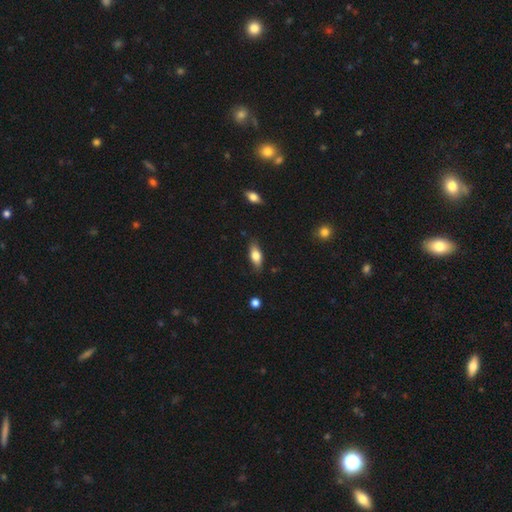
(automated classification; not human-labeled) Smooth or featured: smooth — 72% (featured or disk — 21%)
How rounded: in between — 76% (cigar-shaped — 21%)
Merging: none — 81% (minor disturbance — 14%)